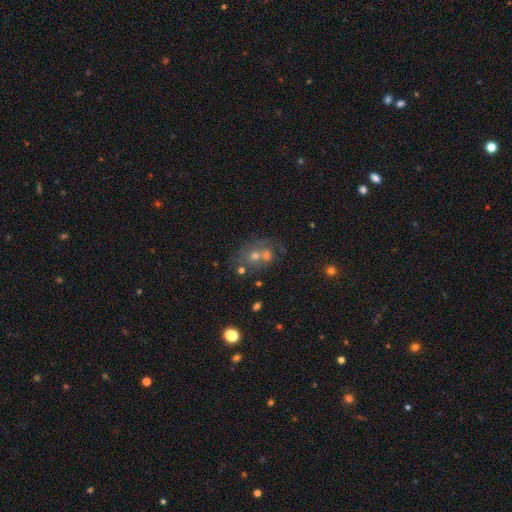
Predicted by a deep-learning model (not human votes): smooth-or-featured: smooth: 43% | featured or disk: 33% | star or artifact: 23%
  merging: merger: 51% | none: 33% | minor disturbance: 9% | major disturbance: 7%